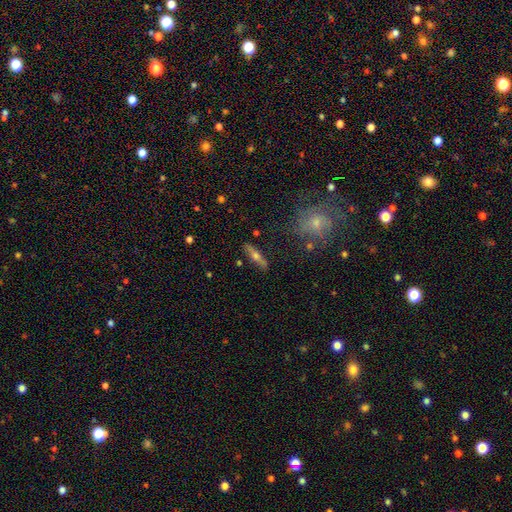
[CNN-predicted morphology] featured or disk 57%, smooth 35%, star or artifact 7%. Down the decision tree: edge-on disk — yes (93%); edge-on bulge — rounded (93%); merging — none (87%).